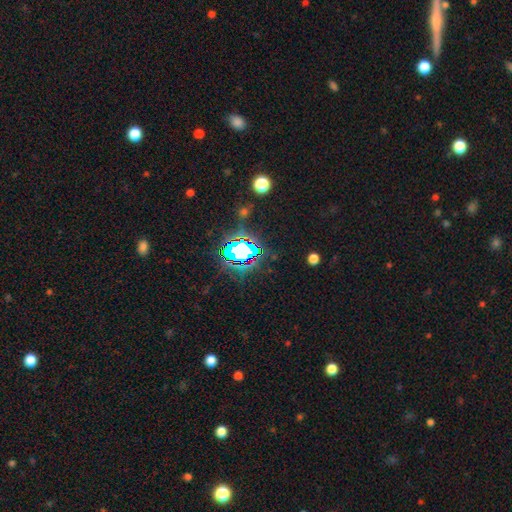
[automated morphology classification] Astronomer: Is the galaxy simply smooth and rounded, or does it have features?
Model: star or artifact — 80%.